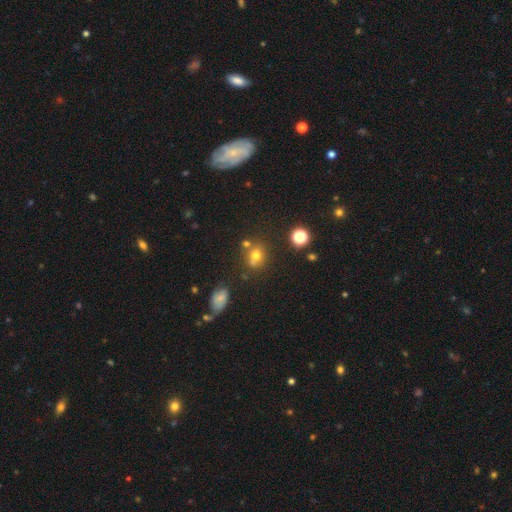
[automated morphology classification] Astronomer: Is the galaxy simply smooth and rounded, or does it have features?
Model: smooth — 66%.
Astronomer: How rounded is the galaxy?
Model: round — 65%.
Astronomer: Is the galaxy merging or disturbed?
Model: none — 60%.